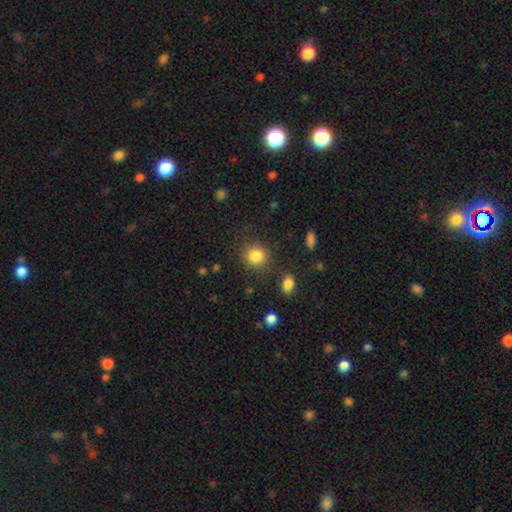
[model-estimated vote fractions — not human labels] Smooth or featured? Predicted: smooth (p=0.85). How rounded? Predicted: round (p=0.86). Merging? Predicted: none (p=0.86).